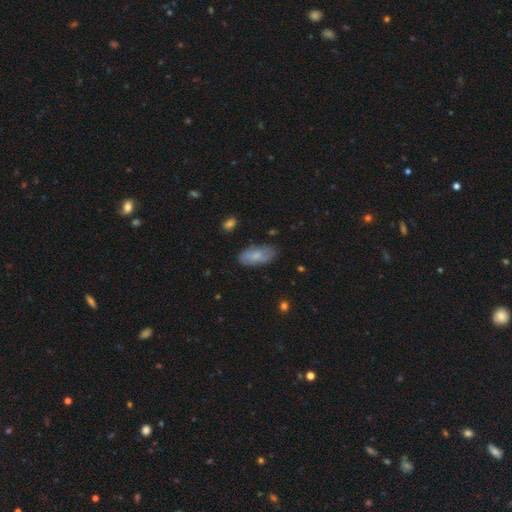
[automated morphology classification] Smooth or featured? Predicted: smooth (p=0.74). How rounded? Predicted: in between (p=0.92). Merging? Predicted: none (p=0.76).